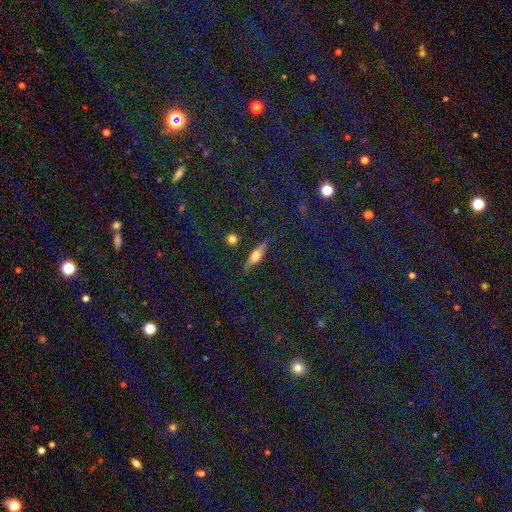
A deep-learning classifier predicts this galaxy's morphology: smooth-or-featured: featured or disk: 45% (tied) | smooth: 45% (tied) | star or artifact: 9%
  merging: none: 81% | minor disturbance: 13% | major disturbance: 4% | merger: 2%